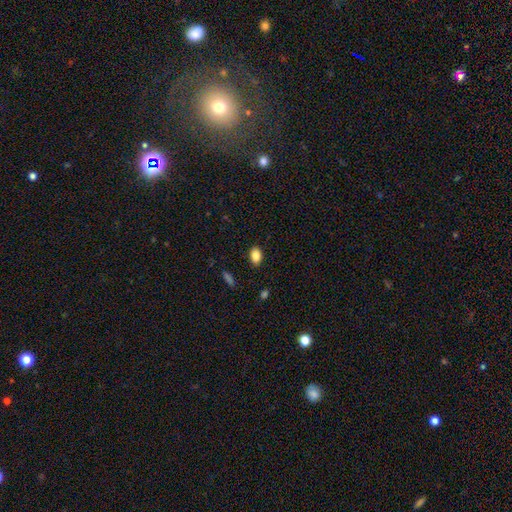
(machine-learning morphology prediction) Smooth or featured? Predicted: smooth (p=0.86). How rounded? Predicted: in between (p=0.84). Merging? Predicted: none (p=0.87).